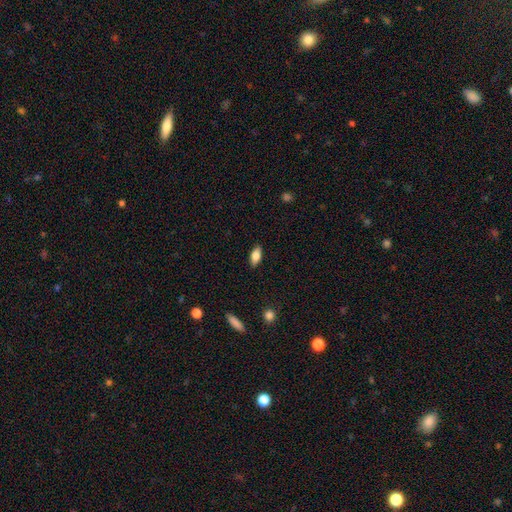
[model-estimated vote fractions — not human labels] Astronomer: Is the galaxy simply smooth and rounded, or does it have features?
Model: smooth — 81%.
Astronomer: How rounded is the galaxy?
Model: in between — 86%.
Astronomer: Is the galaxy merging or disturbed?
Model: none — 88%.